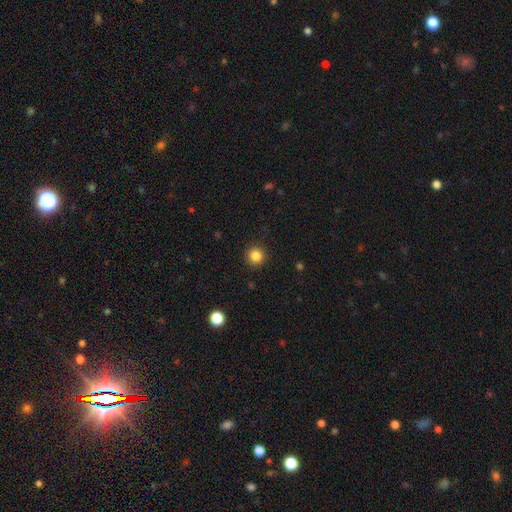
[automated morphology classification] Overall: smooth (84%). How rounded: round (94%). Merging: none (92%).